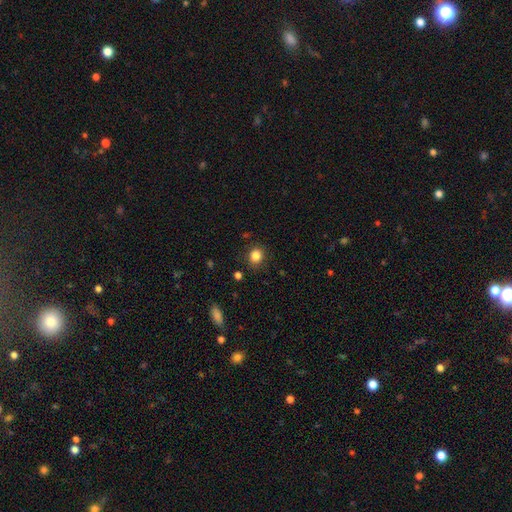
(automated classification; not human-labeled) Q: Smooth or featured?
A: smooth (84%); runner-up: star or artifact (11%)
Q: How rounded?
A: round (76%); runner-up: in between (23%)
Q: Merging?
A: none (85%); runner-up: minor disturbance (11%)